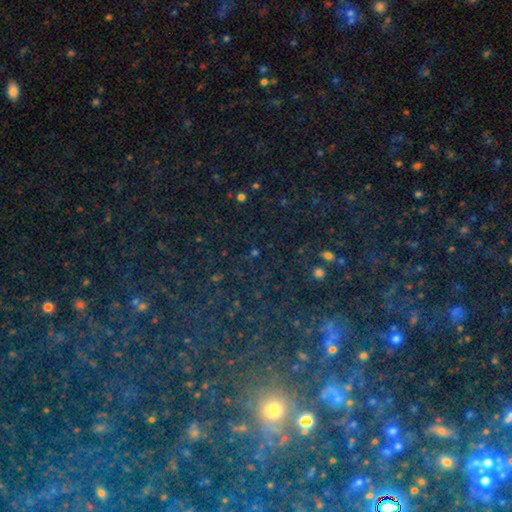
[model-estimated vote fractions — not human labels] Smooth or featured?
  - star or artifact: 69% *
  - smooth: 18%
  - featured or disk: 13%